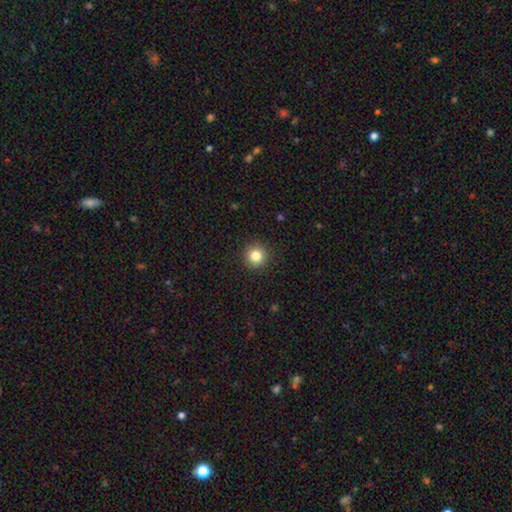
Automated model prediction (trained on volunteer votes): smooth_or_featured: smooth (p=0.83) [alt: star or artifact p=0.11]
how_rounded: round (p=0.95) [alt: in between p=0.04]
merging: none (p=0.92) [alt: minor disturbance p=0.05]